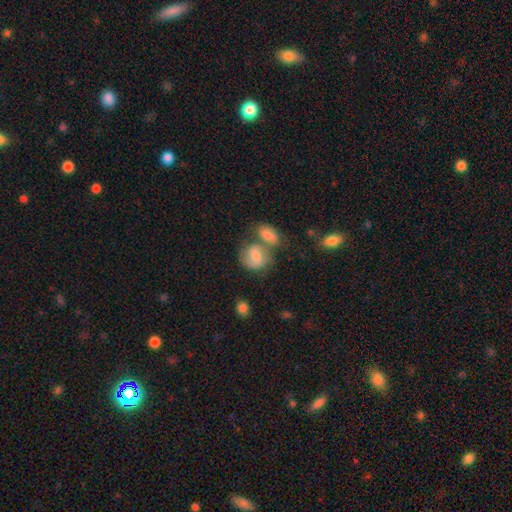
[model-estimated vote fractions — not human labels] Smooth or featured: smooth — 64% (featured or disk — 26%)
How rounded: in between — 56% (round — 42%)
Merging: merger — 44% (none — 35%)